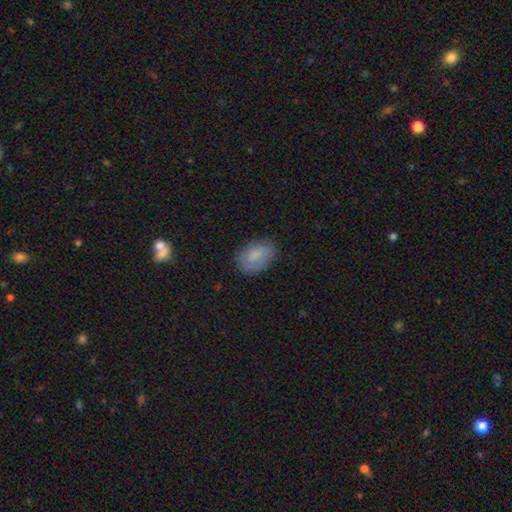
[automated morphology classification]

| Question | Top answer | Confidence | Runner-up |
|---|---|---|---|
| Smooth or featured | smooth | 78% | featured or disk (14%) |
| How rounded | in between | 87% | round (11%) |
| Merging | none | 75% | minor disturbance (19%) |